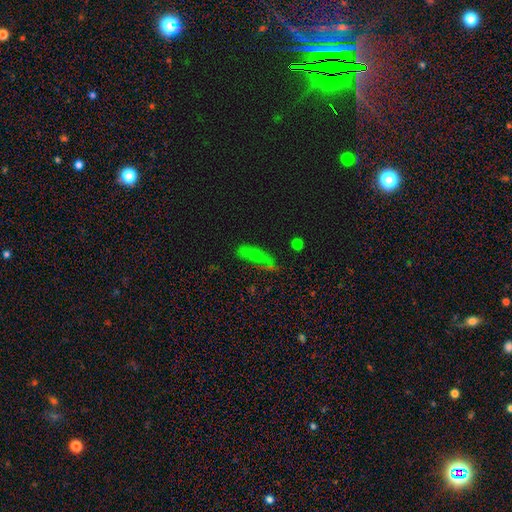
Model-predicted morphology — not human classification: type=smooth (48%); merging=none (54%).